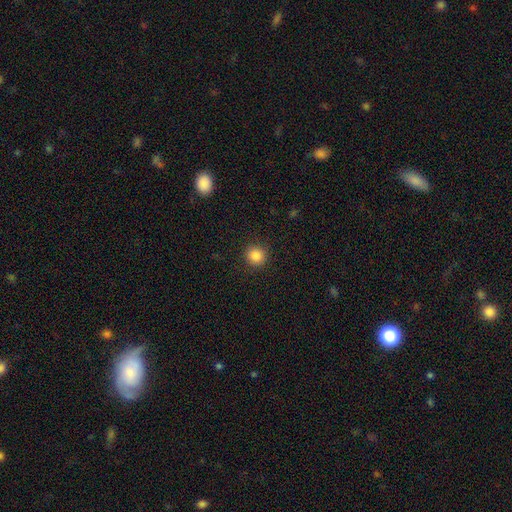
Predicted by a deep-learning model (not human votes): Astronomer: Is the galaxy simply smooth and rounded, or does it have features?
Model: smooth — 85%.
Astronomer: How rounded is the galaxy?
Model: round — 92%.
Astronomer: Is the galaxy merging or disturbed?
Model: none — 90%.